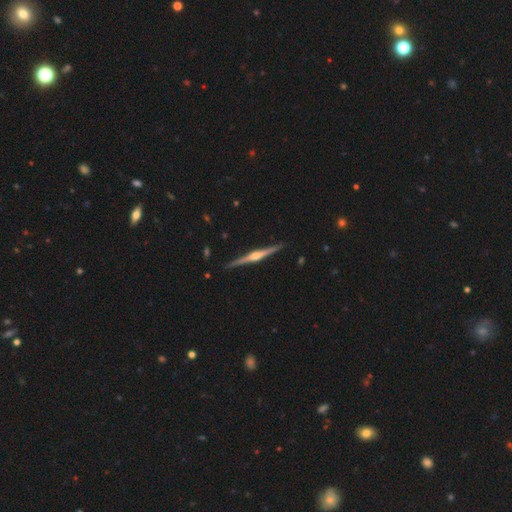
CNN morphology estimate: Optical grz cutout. It shows a featured or disk galaxy (82%) viewed edge-on (99%) with a rounded central bulge (90%). Merging: none (91%).